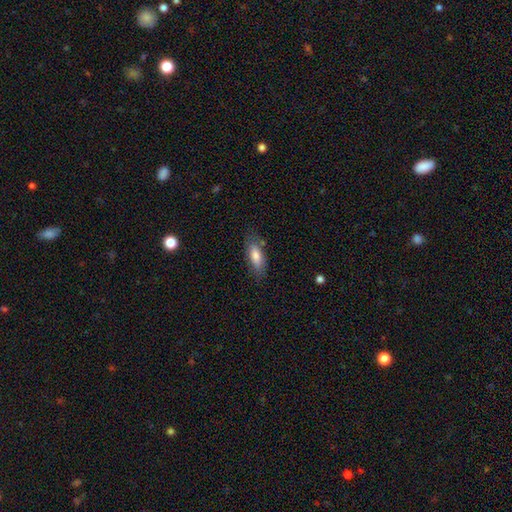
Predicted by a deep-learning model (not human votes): smooth_or_featured: smooth (p=0.78) [alt: featured or disk p=0.15]
how_rounded: in between (p=0.73) [alt: cigar-shaped p=0.25]
merging: none (p=0.76) [alt: minor disturbance p=0.17]